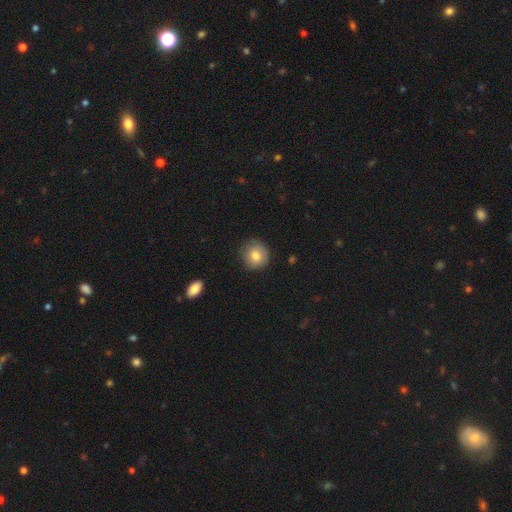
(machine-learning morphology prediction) Q: Smooth or featured?
A: smooth (80%); runner-up: featured or disk (12%)
Q: How rounded?
A: round (88%); runner-up: in between (11%)
Q: Merging?
A: none (79%); runner-up: minor disturbance (16%)